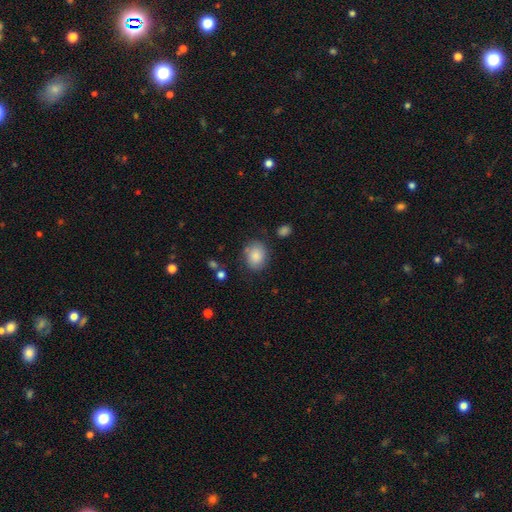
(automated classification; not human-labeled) A smooth galaxy with no disk features (85%) that is in between round and cigar-shaped (54%). Merging: none (76%).